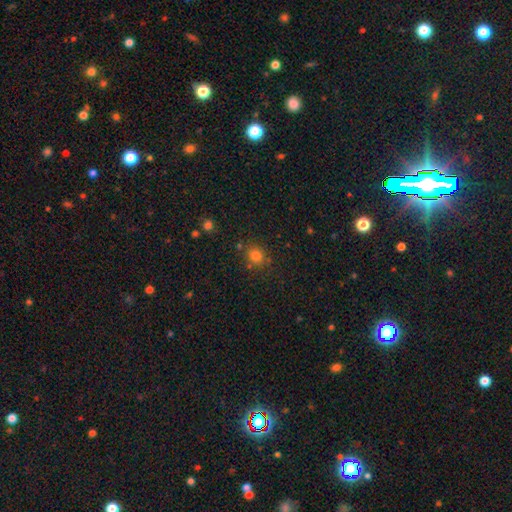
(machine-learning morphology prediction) Smooth or featured? Predicted: smooth (p=0.79). How rounded? Predicted: round (p=0.74). Merging? Predicted: none (p=0.77).